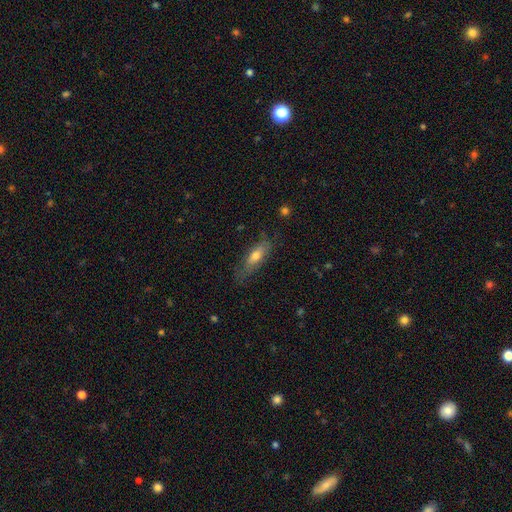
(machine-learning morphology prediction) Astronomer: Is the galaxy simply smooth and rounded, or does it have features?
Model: smooth — 63%.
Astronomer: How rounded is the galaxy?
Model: in between — 59% (runner-up: cigar-shaped, 39%).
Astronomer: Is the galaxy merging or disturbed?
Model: none — 65%.